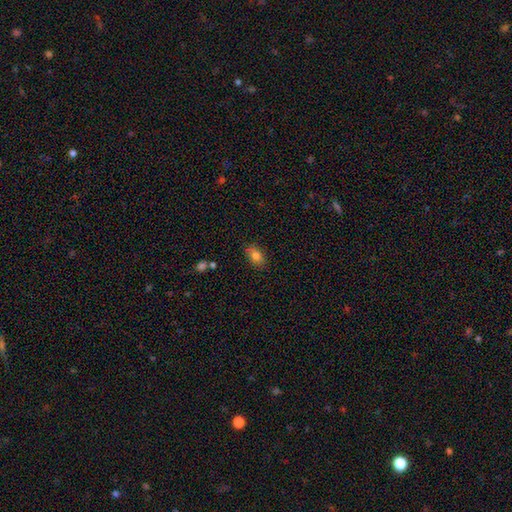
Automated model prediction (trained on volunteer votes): Smooth or featured? Predicted: smooth (p=0.79). How rounded? Predicted: in between (p=0.85). Merging? Predicted: none (p=0.83).